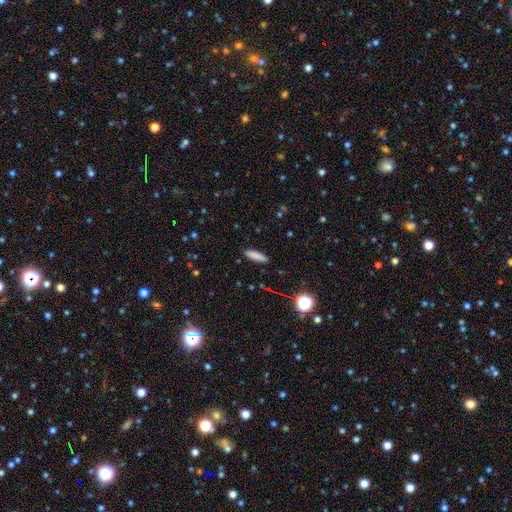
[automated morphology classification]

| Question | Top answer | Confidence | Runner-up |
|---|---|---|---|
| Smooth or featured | smooth | 84% | star or artifact (9%) |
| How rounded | cigar-shaped | 60% | in between (38%) |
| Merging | none | 89% | minor disturbance (8%) |